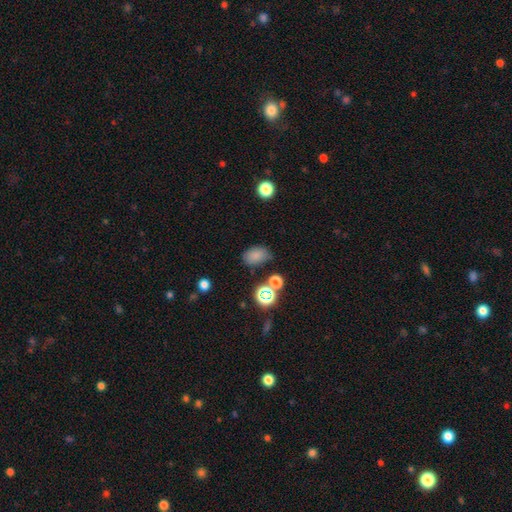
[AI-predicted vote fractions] Overall: smooth (79%). How rounded: in between (82%). Merging: none (69%).